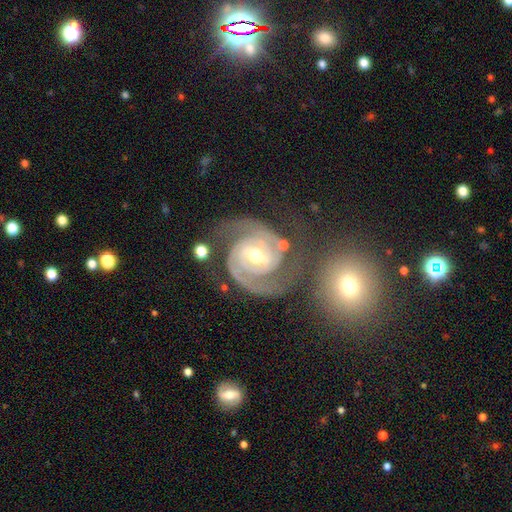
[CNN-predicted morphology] Smooth or featured? Predicted: featured or disk (p=0.92). Edge-on disk? Predicted: no (p=0.98). Bar? Predicted: weak (p=0.45). Spiral arms? Predicted: yes (p=0.98). Spiral winding? Predicted: tight (p=0.55). Spiral arm count? Predicted: 2 (p=0.85). Bulge size? Predicted: moderate (p=0.70). Merging? Predicted: none (p=0.60).